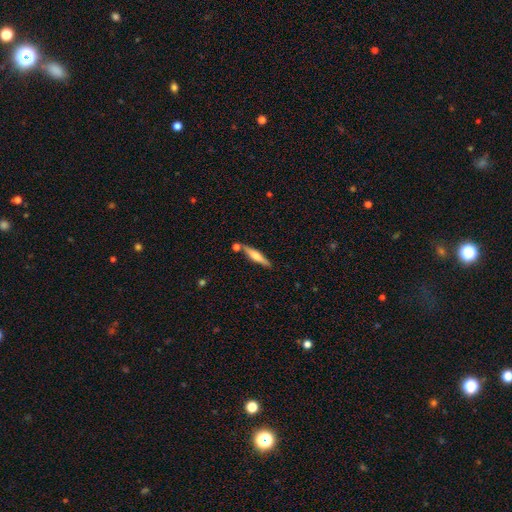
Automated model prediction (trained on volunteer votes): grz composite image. It shows a featured or disk galaxy (50%) viewed edge-on (96%). Merging: none (78%).